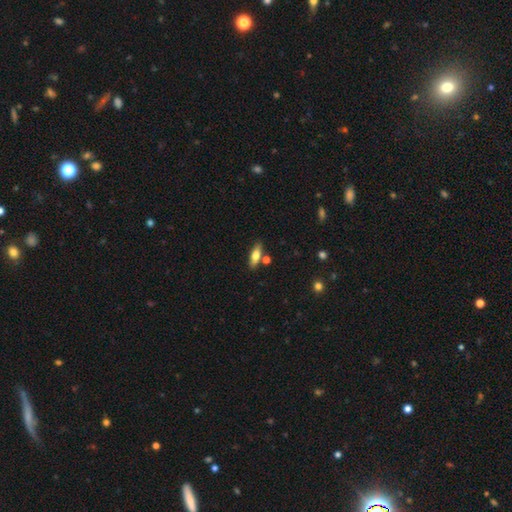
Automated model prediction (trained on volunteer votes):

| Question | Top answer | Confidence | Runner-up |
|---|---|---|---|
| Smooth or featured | smooth | 62% | featured or disk (31%) |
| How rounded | in between | 59% | cigar-shaped (38%) |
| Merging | none | 75% | minor disturbance (12%) |